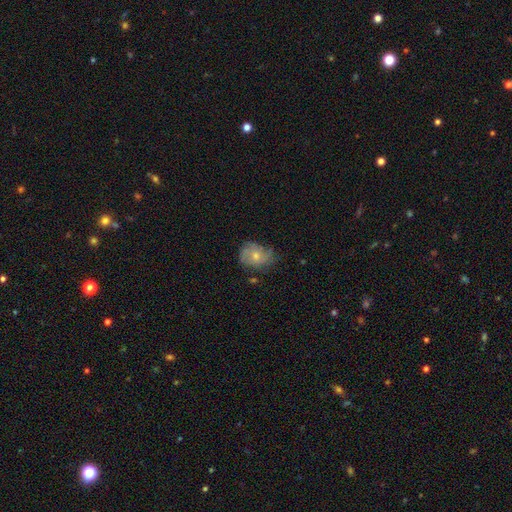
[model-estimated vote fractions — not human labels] This appears to be a smooth galaxy with no disk features (48%). Merging: none (56%).